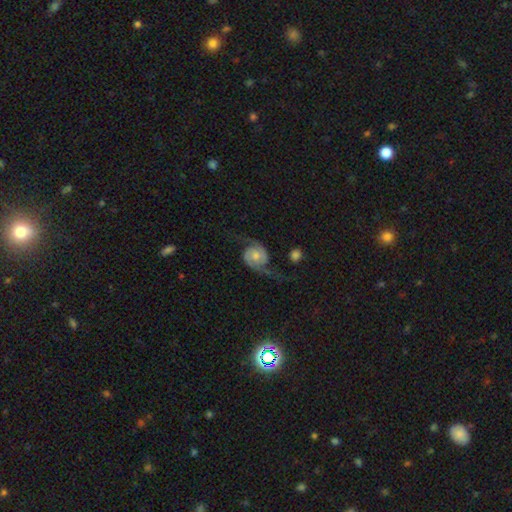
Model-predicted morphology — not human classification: smooth_or_featured: featured or disk (p=0.85) [alt: smooth p=0.09]
disk_edge_on: no (p=0.97) [alt: yes p=0.03]
bar: no (p=0.72) [alt: weak p=0.23]
has_spiral_arms: yes (p=0.97) [alt: no p=0.03]
spiral_winding: loose (p=0.59) [alt: medium p=0.30]
spiral_arm_count: 2 (p=0.93) [alt: can't tell p=0.02]
bulge_size: moderate (p=0.56) [alt: small p=0.27]
merging: none (p=0.63) [alt: minor disturbance p=0.17]